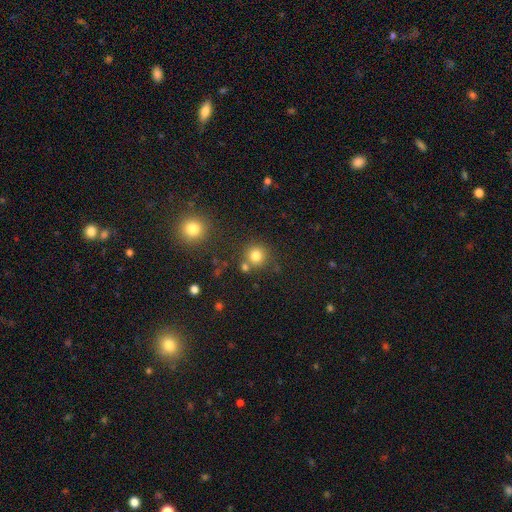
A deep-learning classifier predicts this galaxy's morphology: smooth_or_featured: smooth (p=0.80) [alt: star or artifact p=0.13]
how_rounded: round (p=0.91) [alt: in between p=0.08]
merging: none (p=0.73) [alt: merger p=0.15]